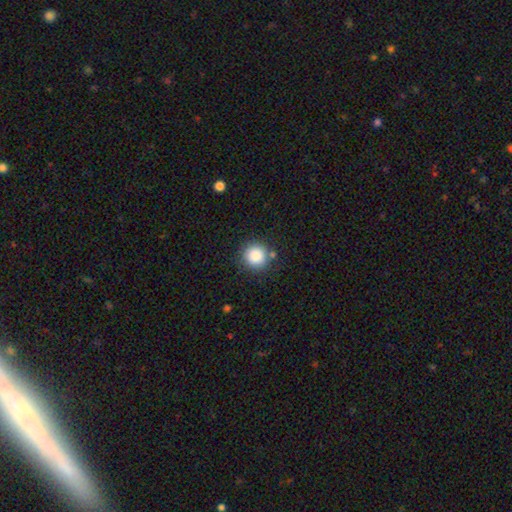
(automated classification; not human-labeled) This appears to be a smooth galaxy with no disk features (85%) that is round (94%). Merging: none (83%).